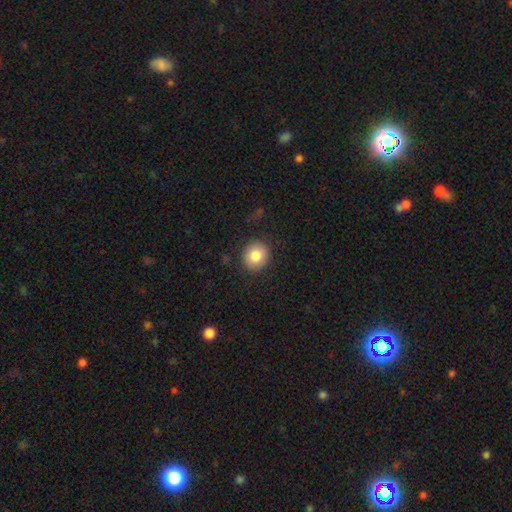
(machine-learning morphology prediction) smooth_or_featured: smooth (p=0.83) [alt: featured or disk p=0.09]
how_rounded: round (p=0.82) [alt: in between p=0.17]
merging: none (p=0.88) [alt: minor disturbance p=0.08]